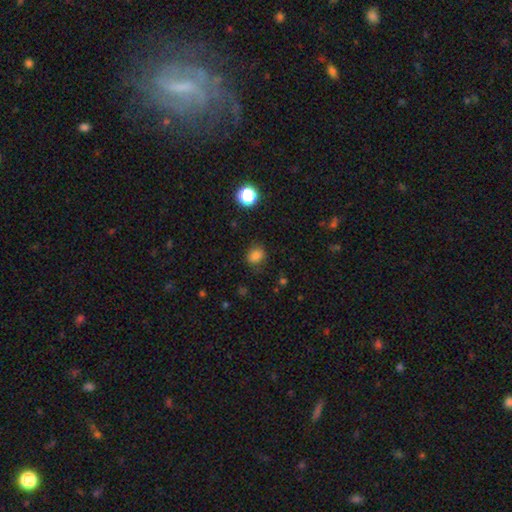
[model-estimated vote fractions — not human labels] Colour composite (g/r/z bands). It shows a smooth galaxy with no disk features (80%) that is round (66%). Merging: none (82%).